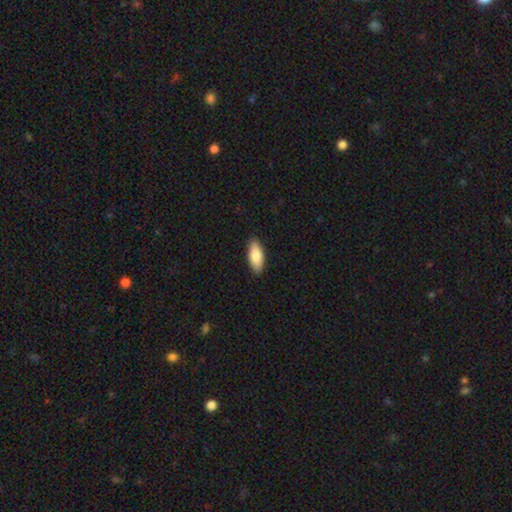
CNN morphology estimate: This is clearly a smooth galaxy (84%). How rounded: clearly in between (81%). Merging: clearly none (89%).